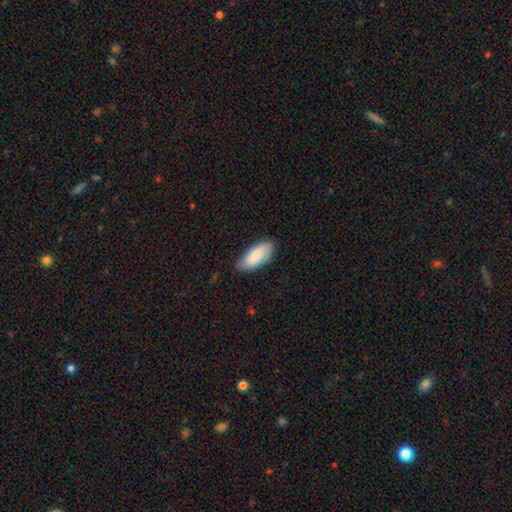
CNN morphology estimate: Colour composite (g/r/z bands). It shows a smooth galaxy with no disk features (84%) that is in between round and cigar-shaped (87%). Merging: none (79%).